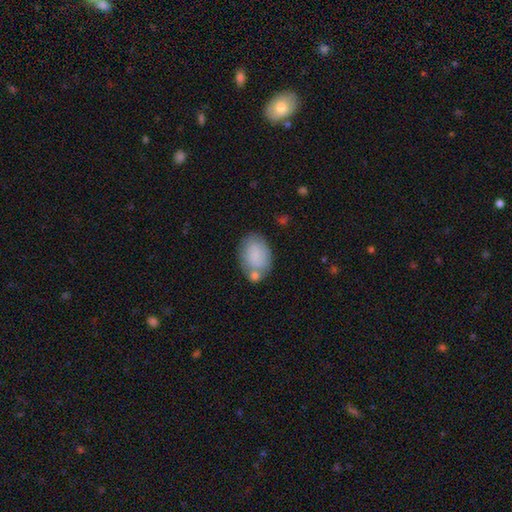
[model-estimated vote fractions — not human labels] Smooth or featured: smooth — 67% (featured or disk — 25%)
How rounded: in between — 80% (round — 18%)
Merging: none — 47% (merger — 27%)